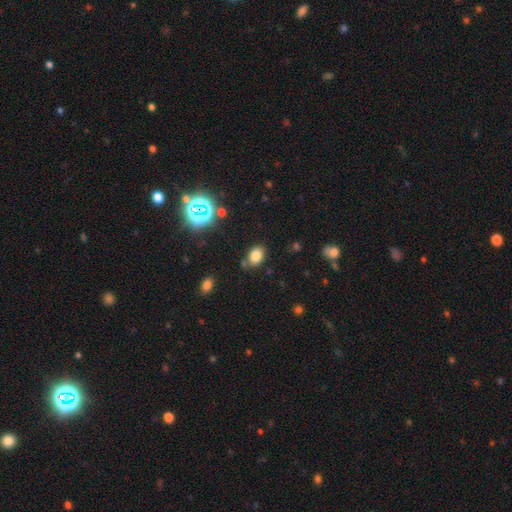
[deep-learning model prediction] This is likely a smooth galaxy (78%). How rounded: likely in between (77%). Merging: likely none (75%).